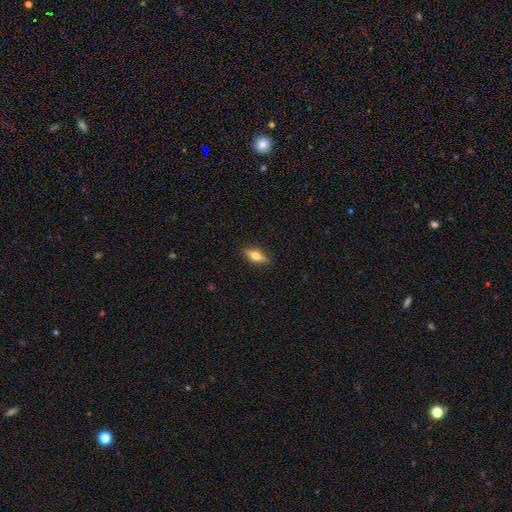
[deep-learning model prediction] A smooth galaxy with no disk features (61%) that is in between round and cigar-shaped (66%).

Vote fractions:
- Smooth or featured? smooth: 61% / featured or disk: 31% / star or artifact: 7%
- How rounded? in between: 66% / cigar-shaped: 30% / round: 4%
- Merging? none: 87% / minor disturbance: 10% / major disturbance: 2% / merger: 1%